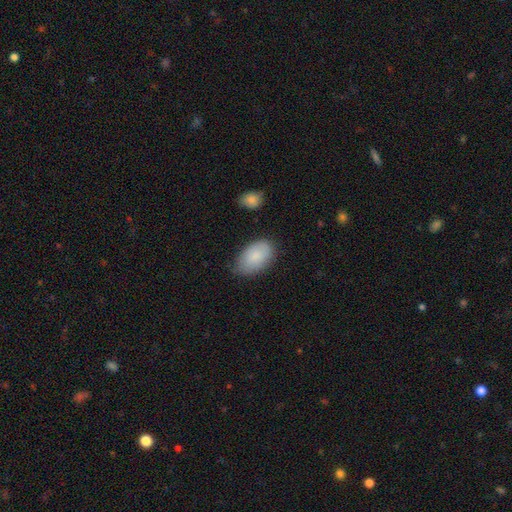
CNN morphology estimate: smooth 85%, featured or disk 10%, star or artifact 6%. Down the decision tree: how rounded — in between (94%); merging — none (74%).